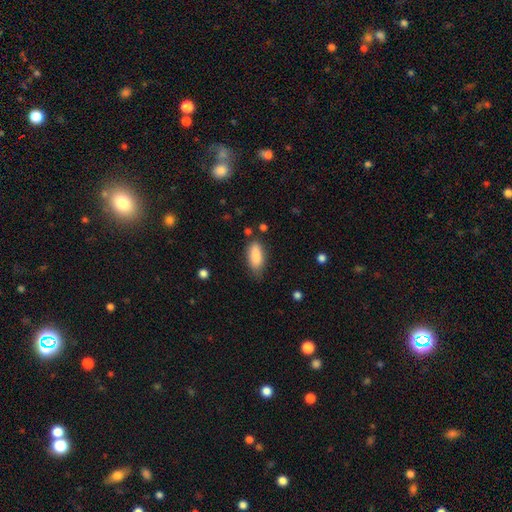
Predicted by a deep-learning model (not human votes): Smooth or featured? smooth (86%)
How rounded? in between (82%)
Merging? none (73%)